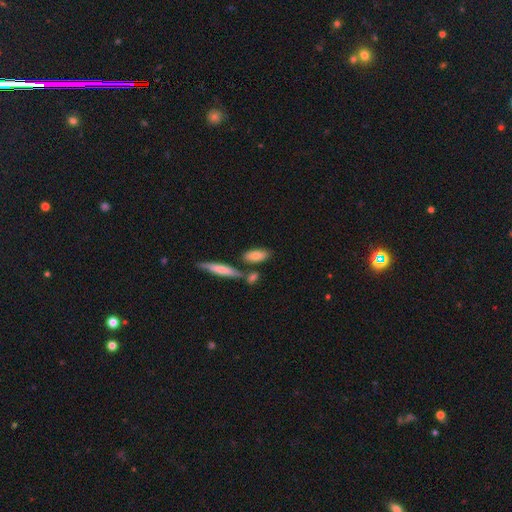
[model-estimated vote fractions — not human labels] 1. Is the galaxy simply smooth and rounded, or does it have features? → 78% smooth, 16% featured or disk, 6% star or artifact.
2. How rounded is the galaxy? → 69% in between, 28% cigar-shaped, 3% round.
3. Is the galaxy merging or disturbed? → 65% none, 19% merger, 13% minor disturbance, 3% major disturbance.